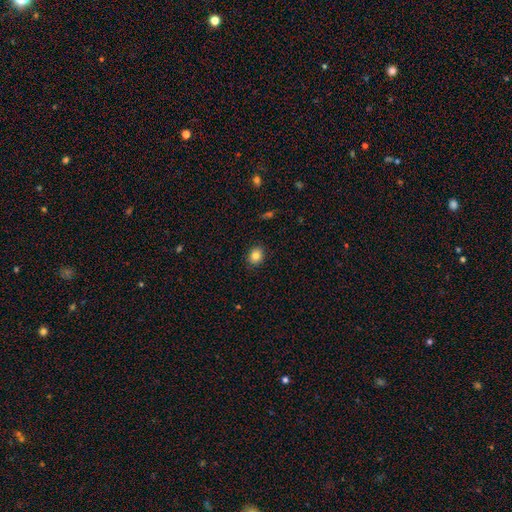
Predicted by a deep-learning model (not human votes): A smooth galaxy with no disk features (82%) that is round (56%).

Vote fractions:
- Smooth or featured? smooth: 82% / star or artifact: 10% / featured or disk: 7%
- How rounded? round: 56% / in between: 43% / cigar-shaped: 1%
- Merging? none: 89% / minor disturbance: 8% / major disturbance: 2% / merger: 1%